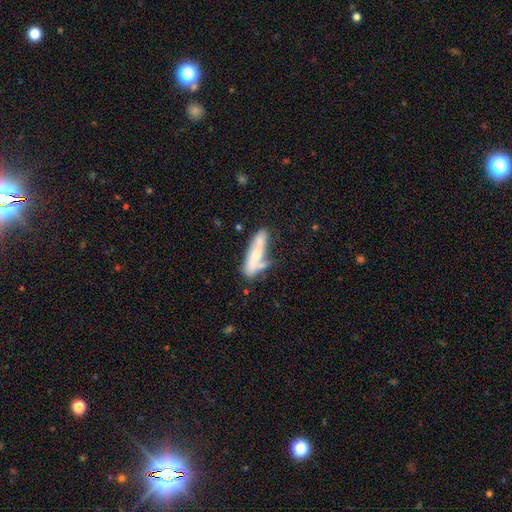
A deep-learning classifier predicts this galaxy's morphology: smooth-or-featured: smooth: 47% | featured or disk: 46% | star or artifact: 7%
  merging: none: 38% | merger: 26% | minor disturbance: 23% | major disturbance: 13%